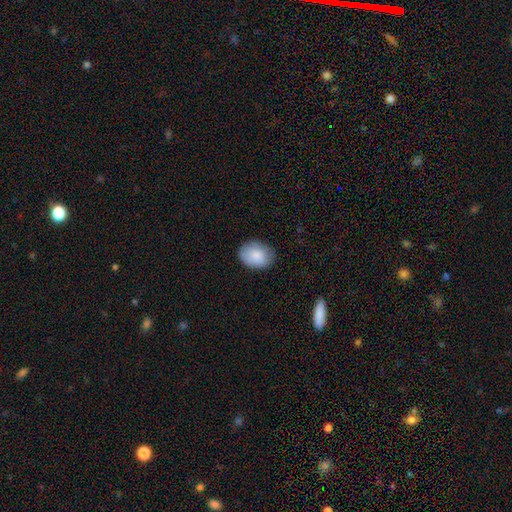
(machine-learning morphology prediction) Overall: smooth (86%). How rounded: in between (67%; round 32%). Merging: none (80%).